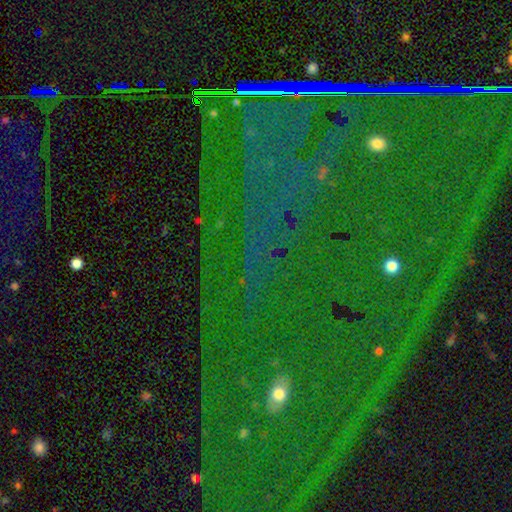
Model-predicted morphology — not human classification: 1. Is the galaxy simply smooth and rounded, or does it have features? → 82% star or artifact, 9% smooth, 9% featured or disk.